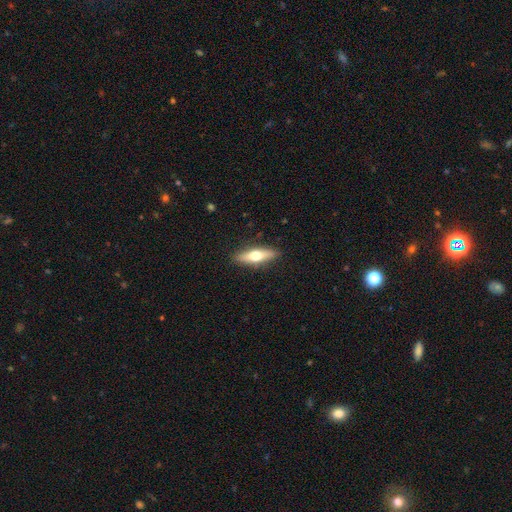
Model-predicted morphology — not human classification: Smooth or featured: smooth — 56% (featured or disk — 38%)
How rounded: cigar-shaped — 60% (in between — 38%)
Merging: none — 89% (minor disturbance — 8%)